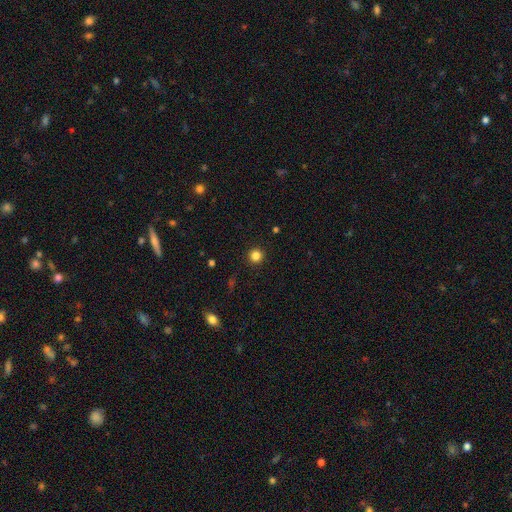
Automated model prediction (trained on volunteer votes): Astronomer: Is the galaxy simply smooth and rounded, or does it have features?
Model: smooth — 83%.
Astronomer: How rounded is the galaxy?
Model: round — 95%.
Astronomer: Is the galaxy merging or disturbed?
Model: none — 93%.